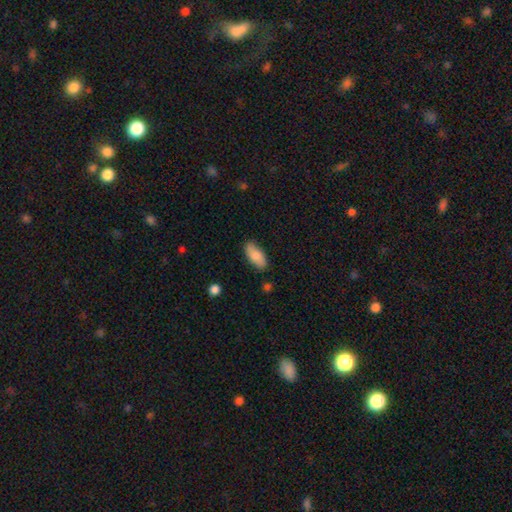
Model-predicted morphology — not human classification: type=smooth (82%); roundness=in between (89%); merging=none (81%).